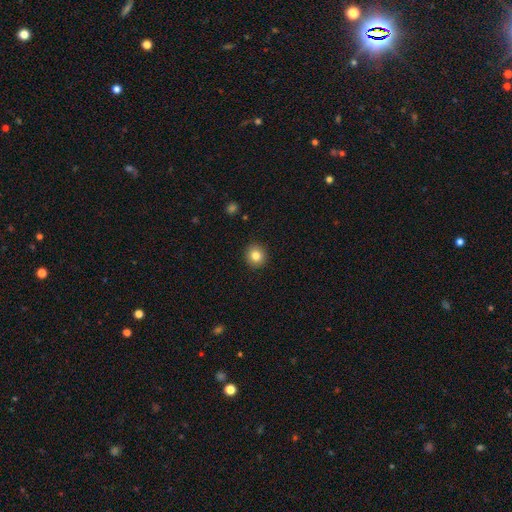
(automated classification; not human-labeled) Morphology: type=smooth (82%); roundness=round (89%); merging=none (92%).